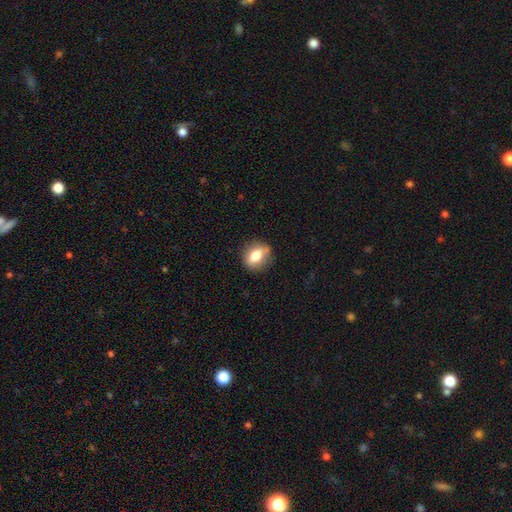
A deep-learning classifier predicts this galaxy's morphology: Smooth or featured? smooth (76%)
How rounded? round (49%)
Merging? none (75%)